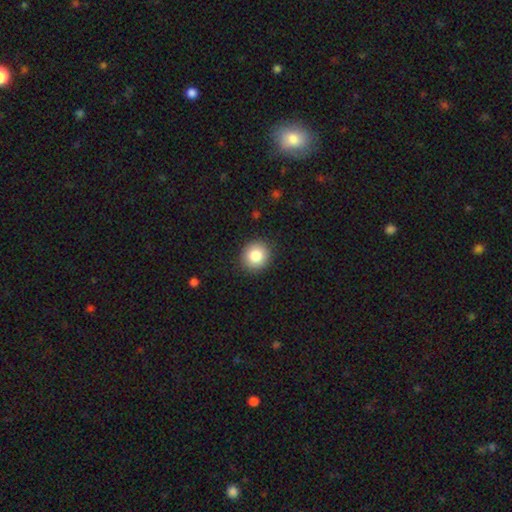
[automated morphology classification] Smooth or featured? Predicted: smooth (p=0.84). How rounded? Predicted: round (p=0.85). Merging? Predicted: none (p=0.91).